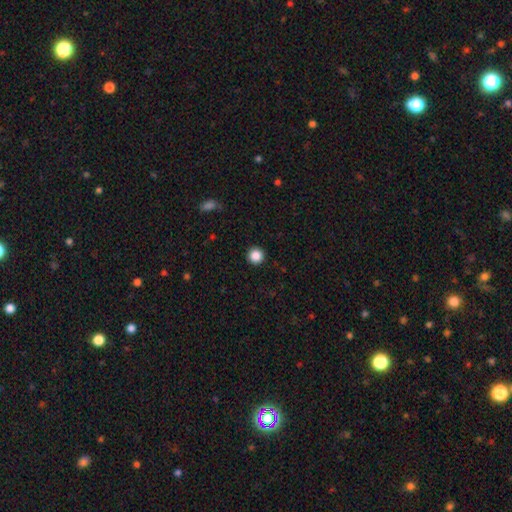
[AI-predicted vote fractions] This appears to be a smooth galaxy with no disk features (87%) that is round (96%). Merging: none (93%).